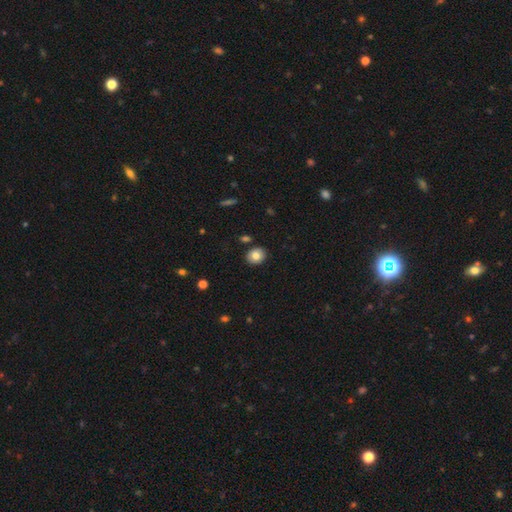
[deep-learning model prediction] Smooth or featured? smooth (81%)
How rounded? round (65%)
Merging? none (88%)